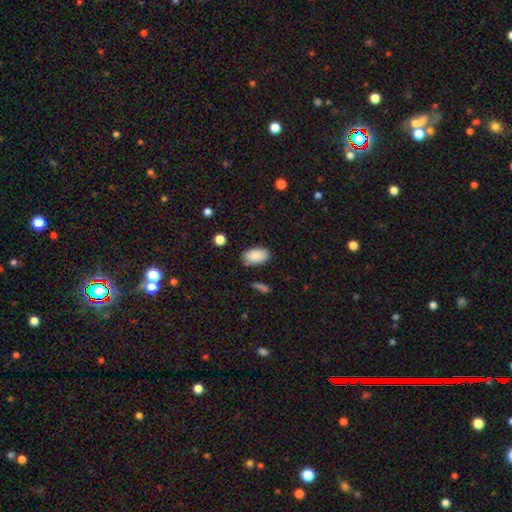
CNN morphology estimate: Smooth or featured?
  - smooth: 89% *
  - star or artifact: 7%
  - featured or disk: 4%
How rounded?
  - in between: 94% *
  - round: 4%
  - cigar-shaped: 2%
Merging?
  - none: 83% *
  - minor disturbance: 12%
  - major disturbance: 3%
  - merger: 2%